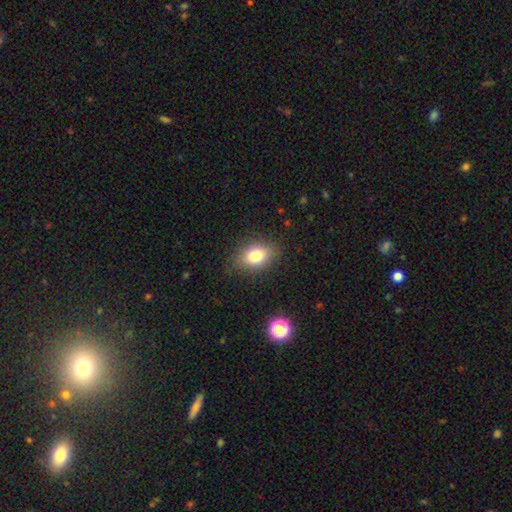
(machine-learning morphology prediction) Smooth or featured?
  - smooth: 78% *
  - featured or disk: 11%
  - star or artifact: 11%
How rounded?
  - in between: 78% *
  - round: 21%
  - cigar-shaped: 2%
Merging?
  - none: 84% *
  - minor disturbance: 12%
  - major disturbance: 3%
  - merger: 1%